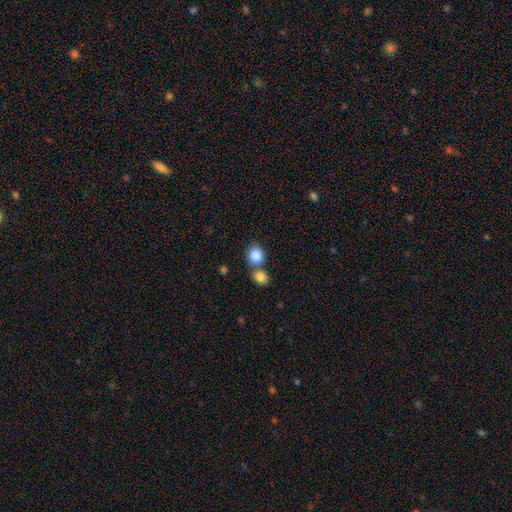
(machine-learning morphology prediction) Q: Smooth or featured?
A: smooth (87%); runner-up: star or artifact (8%)
Q: How rounded?
A: round (71%); runner-up: in between (28%)
Q: Merging?
A: none (54%); runner-up: merger (35%)